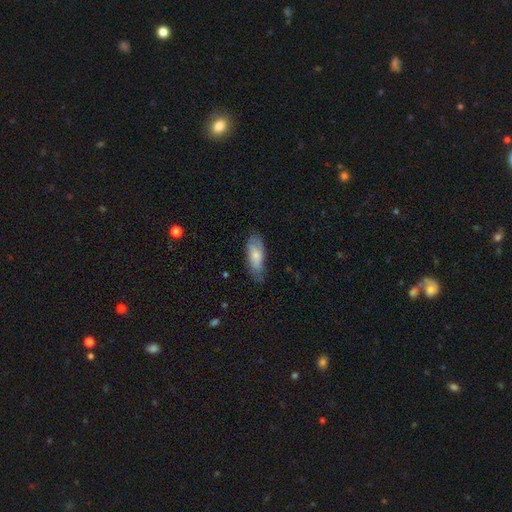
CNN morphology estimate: Overall: smooth (69%). How rounded: in between (75%). Merging: none (59%; minor disturbance 31%).